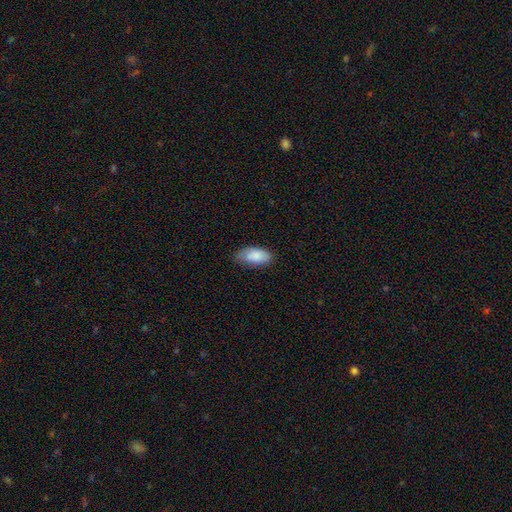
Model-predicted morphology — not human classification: smooth 84%, featured or disk 9%, star or artifact 6%. Down the decision tree: how rounded — in between (92%); merging — none (64%).